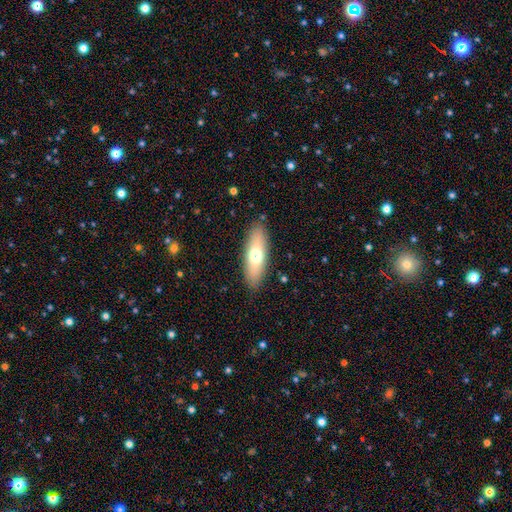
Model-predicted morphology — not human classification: This appears to be a smooth galaxy with no disk features (65%) that is in between round and cigar-shaped (60%). Merging: none (87%).